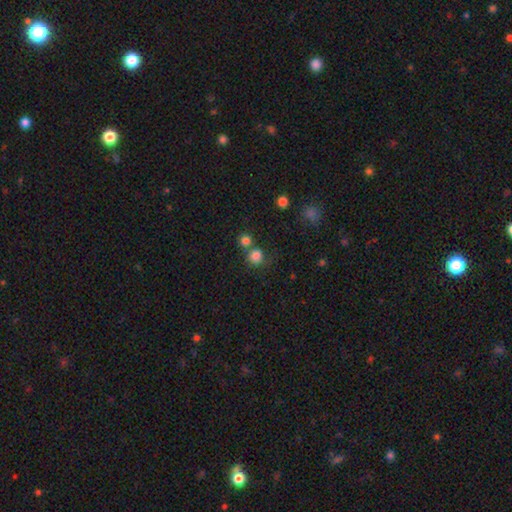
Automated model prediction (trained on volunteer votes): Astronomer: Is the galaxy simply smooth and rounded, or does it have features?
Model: smooth — 82%.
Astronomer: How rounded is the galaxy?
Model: round — 87%.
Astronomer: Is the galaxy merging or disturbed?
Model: none — 59%.